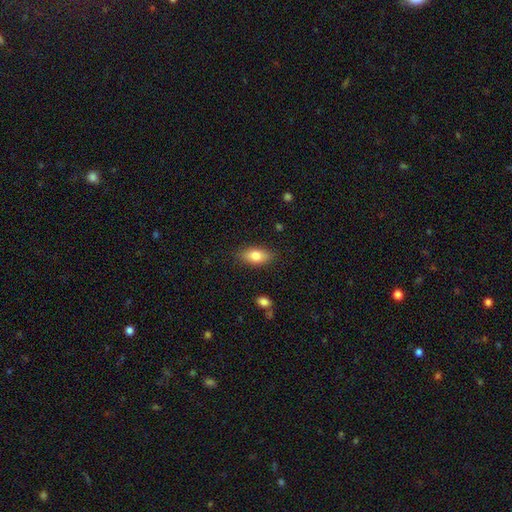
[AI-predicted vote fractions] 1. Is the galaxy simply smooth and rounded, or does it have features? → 80% smooth, 13% featured or disk, 7% star or artifact.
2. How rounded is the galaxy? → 87% in between, 8% cigar-shaped, 5% round.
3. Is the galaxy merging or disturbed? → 85% none, 11% minor disturbance, 3% major disturbance, 1% merger.